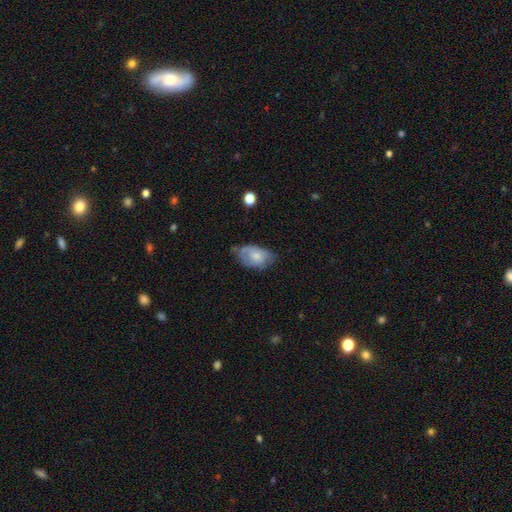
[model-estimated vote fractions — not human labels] Smooth or featured: smooth — 57% (featured or disk — 36%)
How rounded: in between — 89% (round — 9%)
Merging: none — 45% (minor disturbance — 37%)